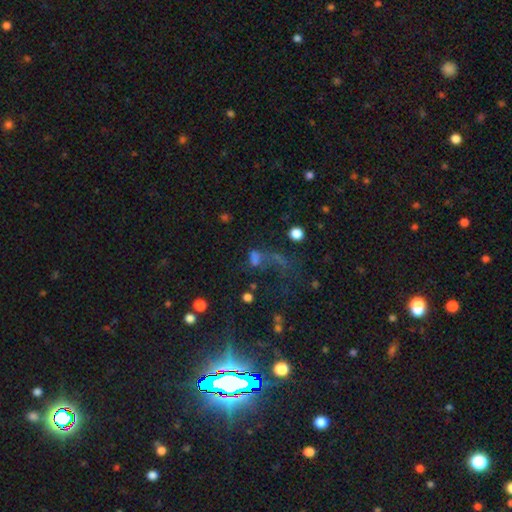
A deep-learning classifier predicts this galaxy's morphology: Smooth or featured? star or artifact (39%, tied with smooth)